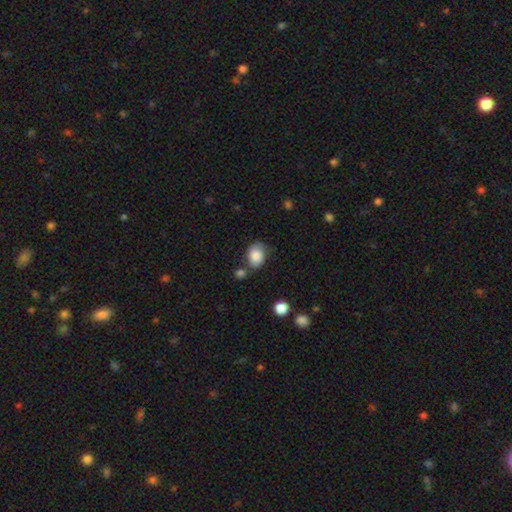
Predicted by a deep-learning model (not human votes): The model was most divided on "how rounded": in between: 66%, round: 33%, cigar-shaped: 1%. More confident: smooth or featured — smooth (84%); merging — none (58%).